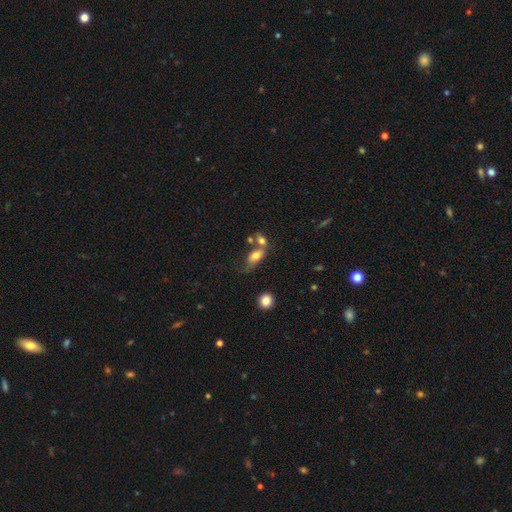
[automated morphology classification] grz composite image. It shows a smooth galaxy with no disk features (73%) that is in between round and cigar-shaped (84%). Merging: merger (43%).